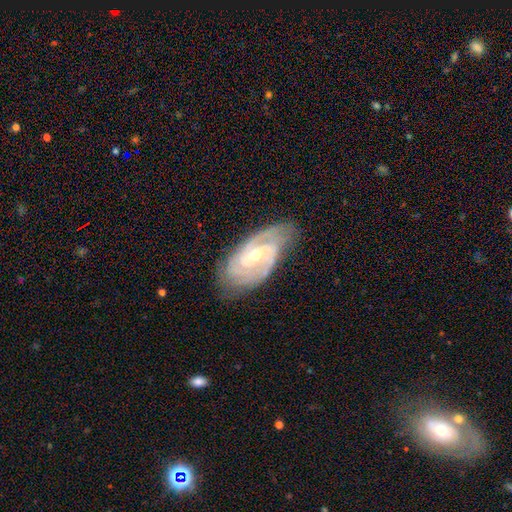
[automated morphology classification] Smooth or featured? featured or disk (90%)
Edge-on disk? no (96%)
Bar? weak (43%)
Spiral arms? yes (98%)
Spiral winding? tight (57%)
Spiral arm count? 2 (44%)
Bulge size? small (63%)
Merging? none (76%)